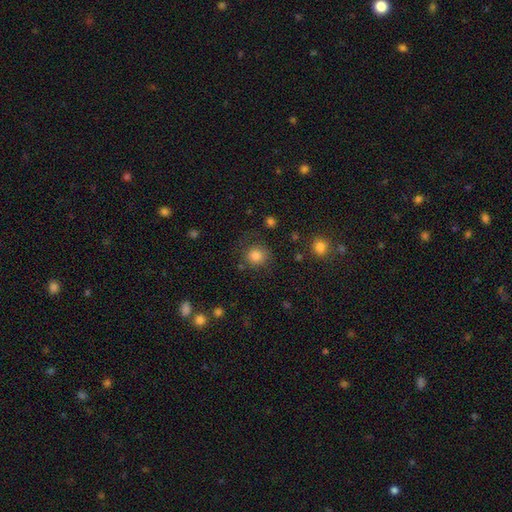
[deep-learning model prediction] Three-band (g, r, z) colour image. It shows a smooth galaxy with no disk features (82%) that is round (89%). Merging: none (80%).